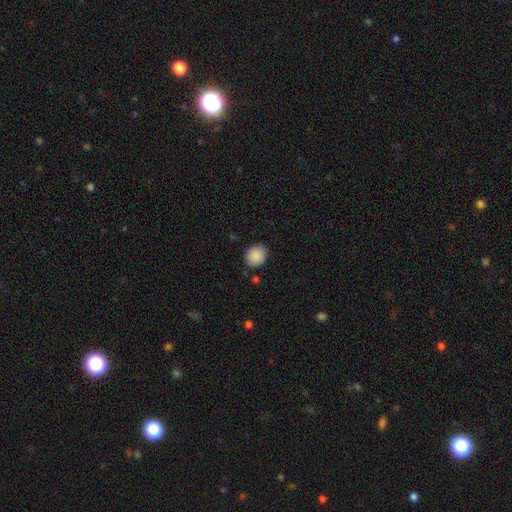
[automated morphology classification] This is clearly a smooth galaxy (89%). How rounded: likely round (72%). Merging: clearly none (87%).